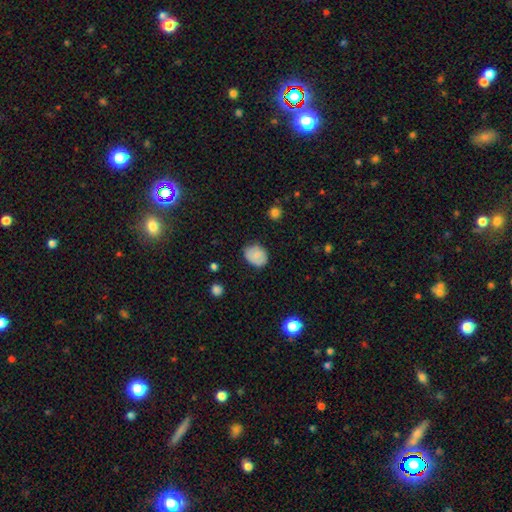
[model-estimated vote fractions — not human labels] Morphology: type=smooth (79%); roundness=in between (53%); merging=none (70%).